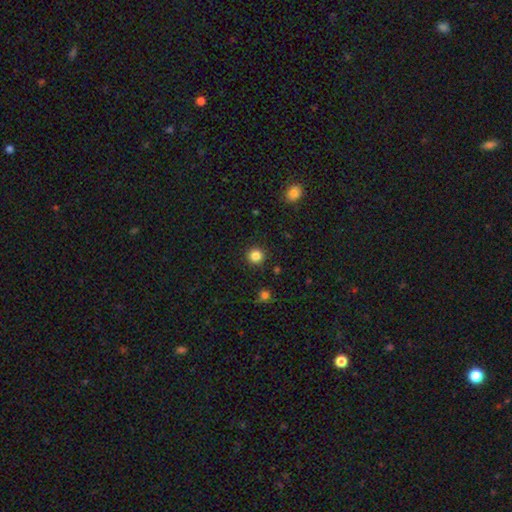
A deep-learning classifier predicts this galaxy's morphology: smooth_or_featured: smooth (p=0.85) [alt: star or artifact p=0.12]
how_rounded: round (p=0.95) [alt: in between p=0.04]
merging: none (p=0.92) [alt: minor disturbance p=0.05]